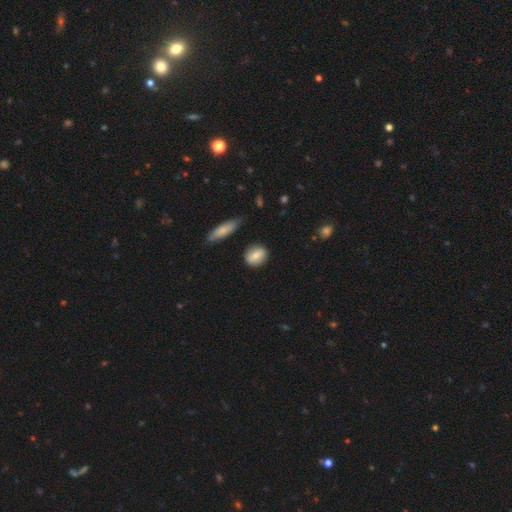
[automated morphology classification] Overall: smooth (74%). How rounded: round (58%; in between 38%). Merging: none (83%).